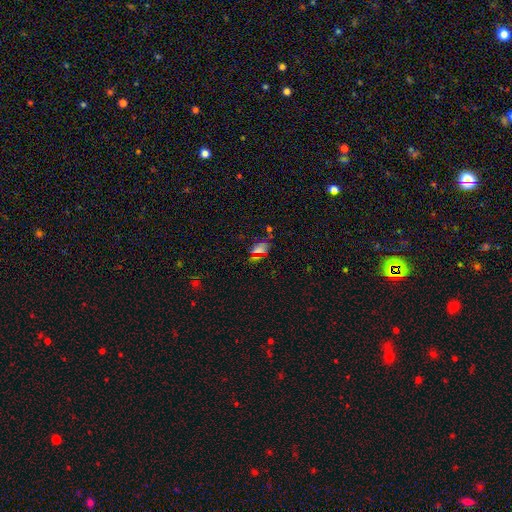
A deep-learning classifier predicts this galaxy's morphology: Q: Smooth or featured?
A: smooth (52%); runner-up: star or artifact (38%)
Q: How rounded?
A: in between (80%); runner-up: round (13%)
Q: Merging?
A: none (70%); runner-up: minor disturbance (16%)